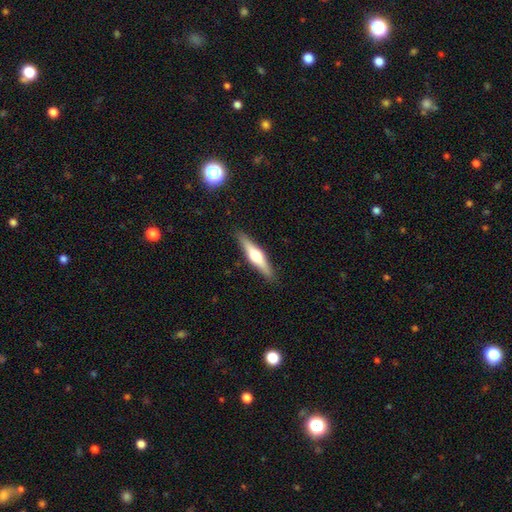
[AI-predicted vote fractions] smooth-or-featured: featured or disk: 62% | smooth: 33% | star or artifact: 5%
  disk-edge-on: yes: 97% | no: 3%
    edge-on-bulge: rounded: 93% | boxy: 5% | none: 3%
  merging: none: 90% | minor disturbance: 7% | major disturbance: 2% | merger: 1%